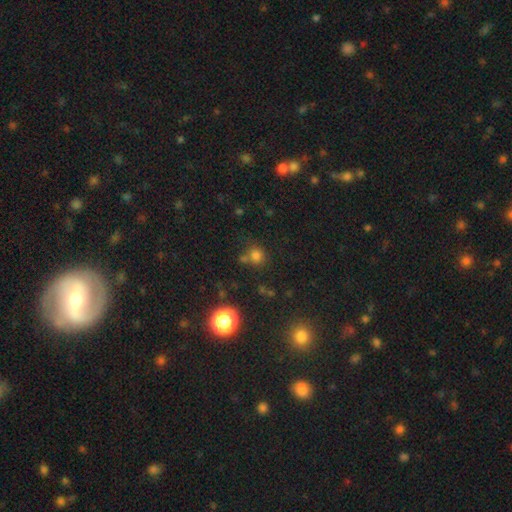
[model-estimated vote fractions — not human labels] Morphology: type=smooth (71%); roundness=round (85%); merging=none (64%).